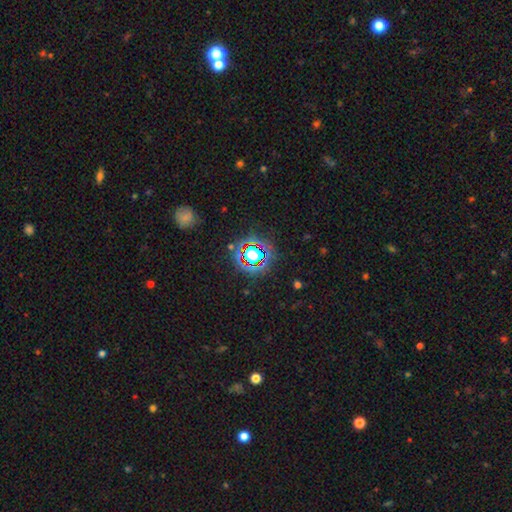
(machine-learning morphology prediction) Overall: star or artifact (67%).